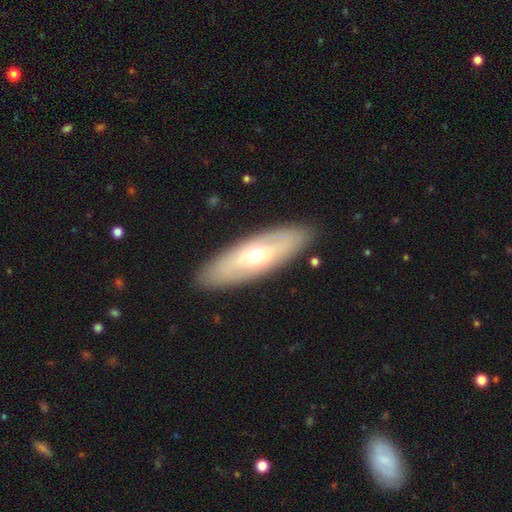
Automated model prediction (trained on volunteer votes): The model was most divided on "smooth or featured": featured or disk: 52%, smooth: 43%, star or artifact: 6%. More confident: merging — none (88%); edge-on disk — no (67%).